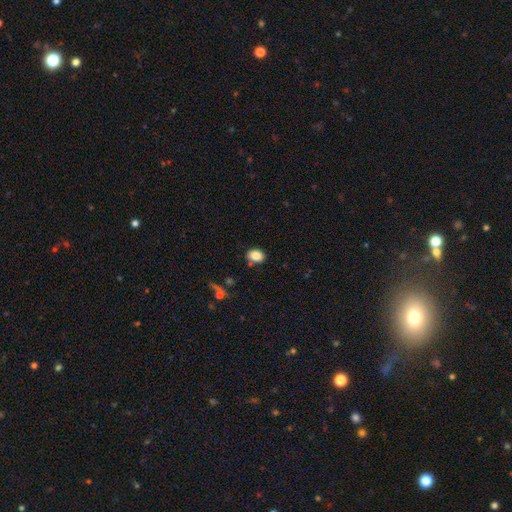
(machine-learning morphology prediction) type=smooth (84%); roundness=in between (67%); merging=none (80%).